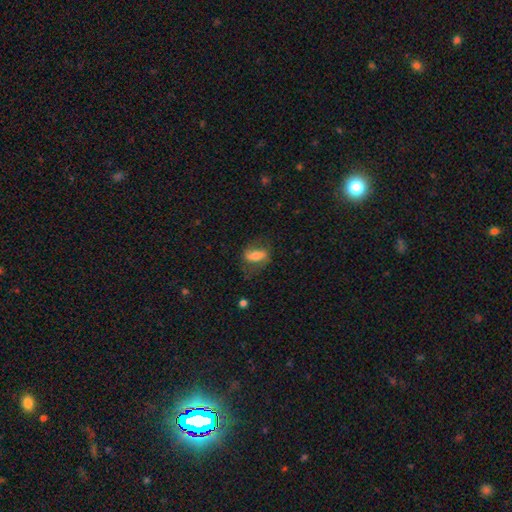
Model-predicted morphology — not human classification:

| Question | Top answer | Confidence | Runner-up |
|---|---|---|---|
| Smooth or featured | smooth | 50% | featured or disk (42%) |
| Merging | none | 65% | minor disturbance (21%) |